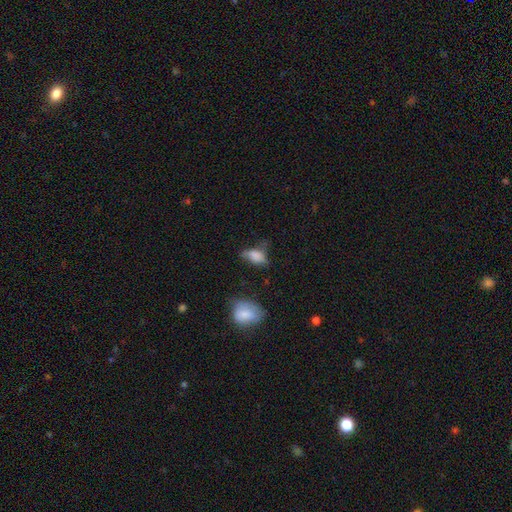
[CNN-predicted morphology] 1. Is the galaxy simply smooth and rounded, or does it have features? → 76% smooth, 14% featured or disk, 10% star or artifact.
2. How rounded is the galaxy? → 85% in between, 8% round, 7% cigar-shaped.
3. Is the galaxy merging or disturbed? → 37% none, 35% minor disturbance, 21% major disturbance, 7% merger.